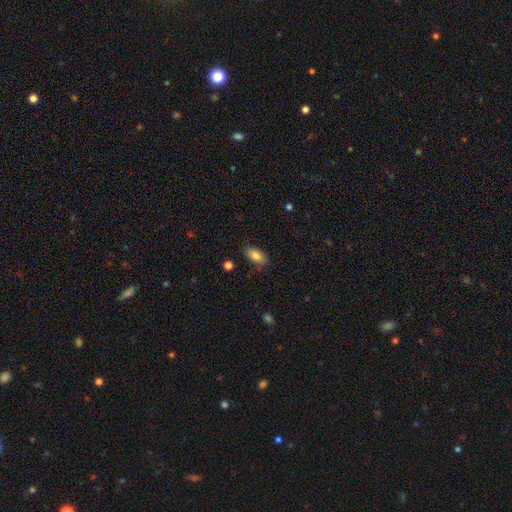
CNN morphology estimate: Smooth or featured: smooth — 84% (featured or disk — 9%)
How rounded: in between — 90% (cigar-shaped — 6%)
Merging: none — 82% (minor disturbance — 14%)